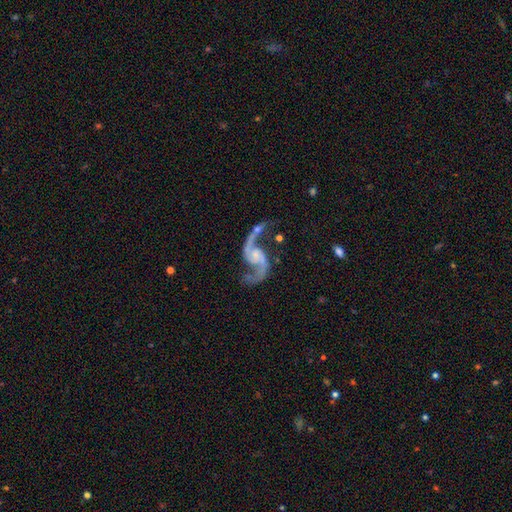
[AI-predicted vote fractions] This is clearly a featured or disk galaxy (92%). It is clearly not viewed edge-on (98%). Bar: possibly no (60%). Spiral arm pattern: clearly yes (97%). Spiral arm count: clearly 2 (94%). Spiral winding: likely loose (70%). Central bulge: possibly small (50%). Merging: possibly none (55%).